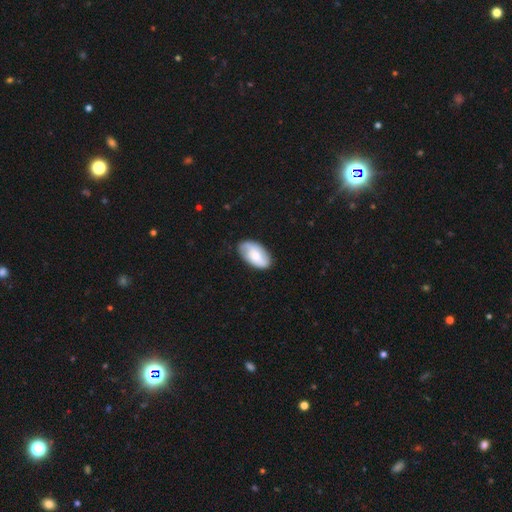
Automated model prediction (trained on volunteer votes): Q: Smooth or featured?
A: smooth (57%); runner-up: featured or disk (37%)
Q: How rounded?
A: in between (94%); runner-up: round (4%)
Q: Merging?
A: none (77%); runner-up: minor disturbance (18%)